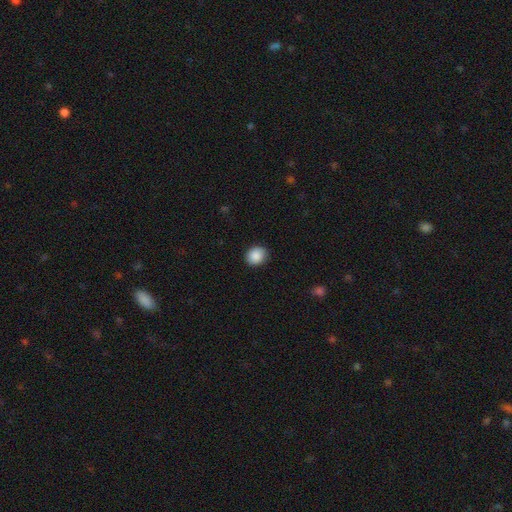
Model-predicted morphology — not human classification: A smooth galaxy with no disk features (89%) that is round (71%). Merging: none (88%).